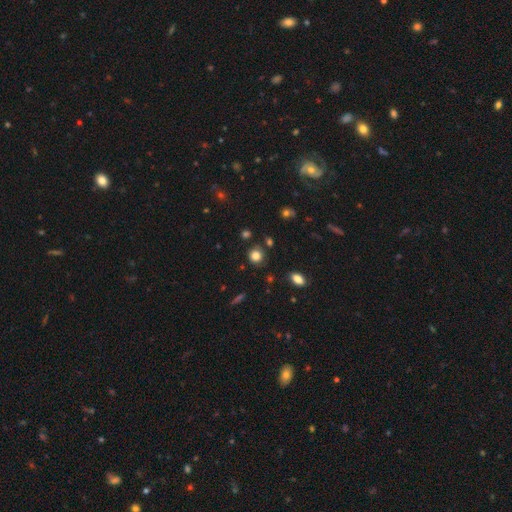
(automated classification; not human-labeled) This appears to be a smooth galaxy with no disk features (82%) that is round (86%). Merging: none (83%).